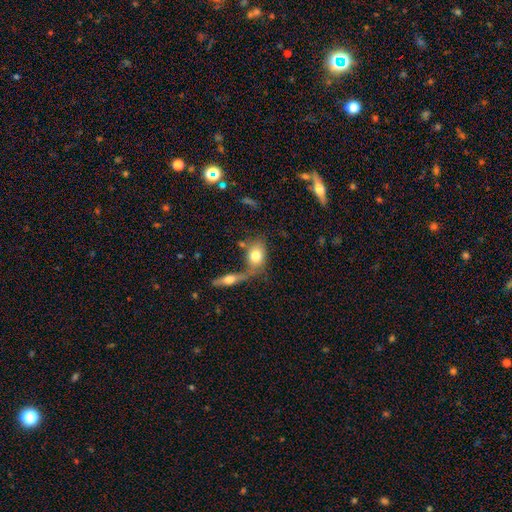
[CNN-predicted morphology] This is likely a smooth galaxy (75%). How rounded: likely in between (73%). Merging: possibly none (47%).